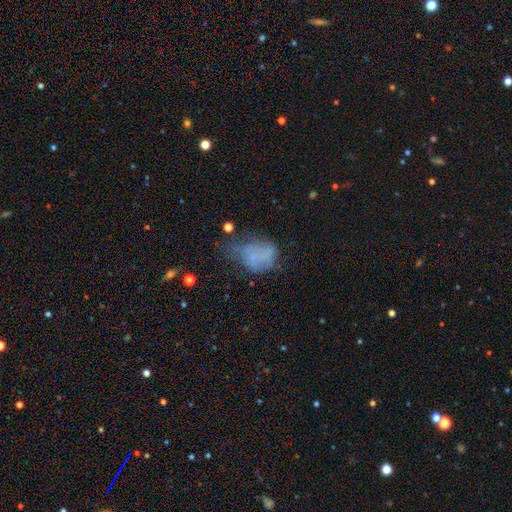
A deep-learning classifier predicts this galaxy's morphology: This is possibly a smooth galaxy (53%). How rounded: likely in between (70%). Merging: marginally major disturbance (37%).